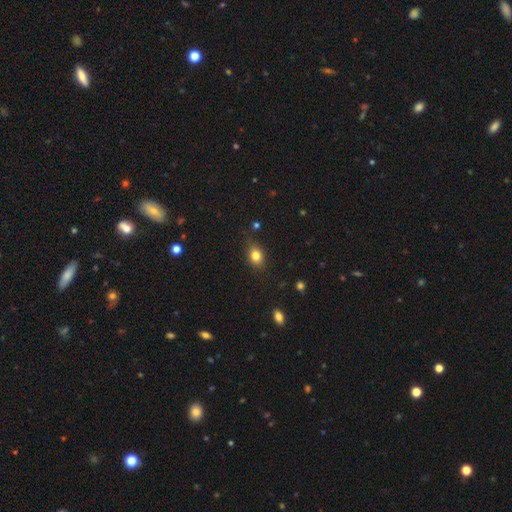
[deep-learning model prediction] Smooth or featured? smooth (81%)
How rounded? in between (58%)
Merging? none (79%)